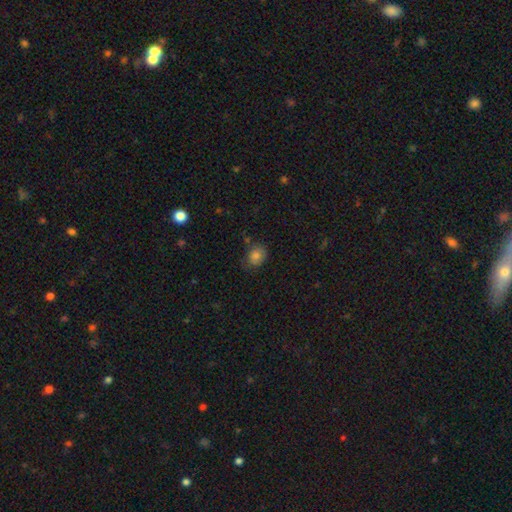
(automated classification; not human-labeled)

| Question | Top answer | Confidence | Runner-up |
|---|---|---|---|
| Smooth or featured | smooth | 80% | star or artifact (11%) |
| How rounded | round | 50% | in between (49%) |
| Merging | none | 68% | minor disturbance (23%) |